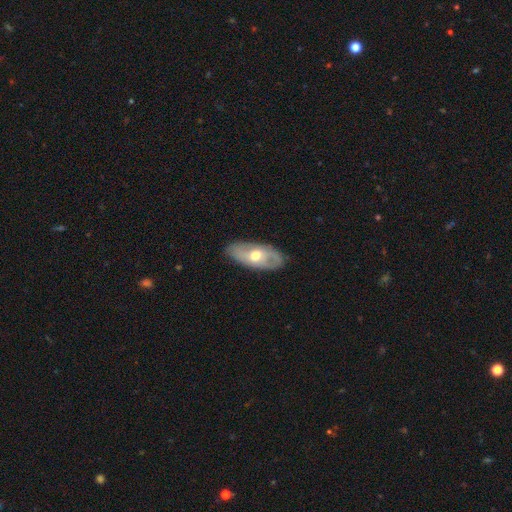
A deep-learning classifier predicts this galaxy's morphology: Q: Smooth or featured?
A: featured or disk (53%); runner-up: smooth (41%)
Q: Edge-on disk?
A: no (82%); runner-up: yes (18%)
Q: Merging?
A: none (82%); runner-up: minor disturbance (14%)